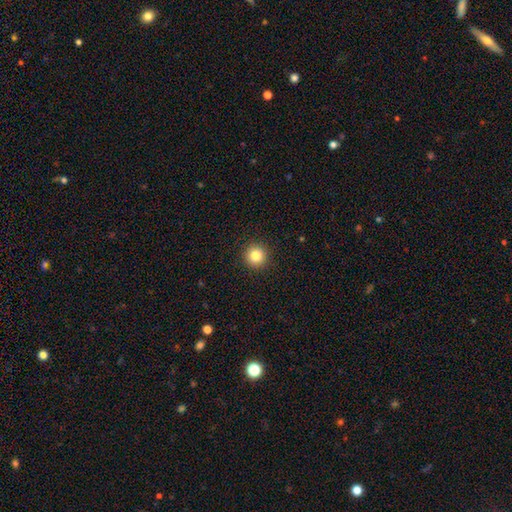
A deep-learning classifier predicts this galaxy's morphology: smooth_or_featured: smooth (p=0.84) [alt: star or artifact p=0.11]
how_rounded: round (p=0.95) [alt: in between p=0.04]
merging: none (p=0.93) [alt: minor disturbance p=0.05]